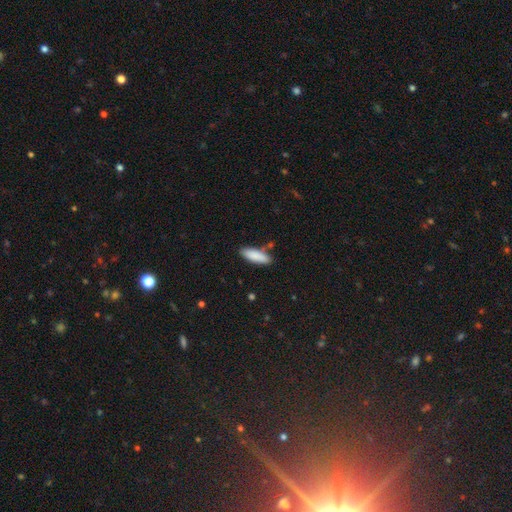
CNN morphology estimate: smooth 88%, featured or disk 7%, star or artifact 6%. Down the decision tree: how rounded — in between (57%); merging — none (80%).